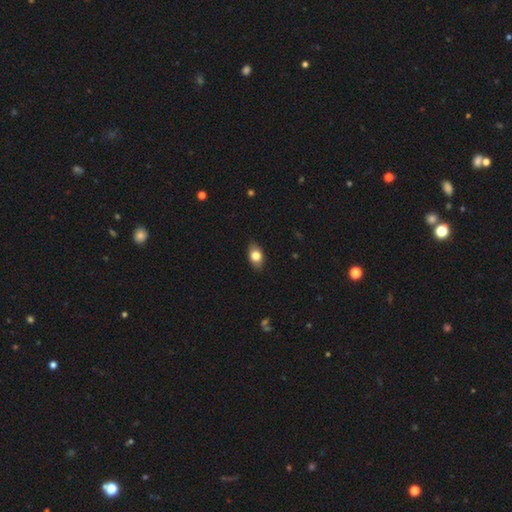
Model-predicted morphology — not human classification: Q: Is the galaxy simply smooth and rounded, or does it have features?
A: smooth — 78%.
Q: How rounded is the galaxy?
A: in between — 82%.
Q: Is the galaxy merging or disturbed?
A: none — 85%.